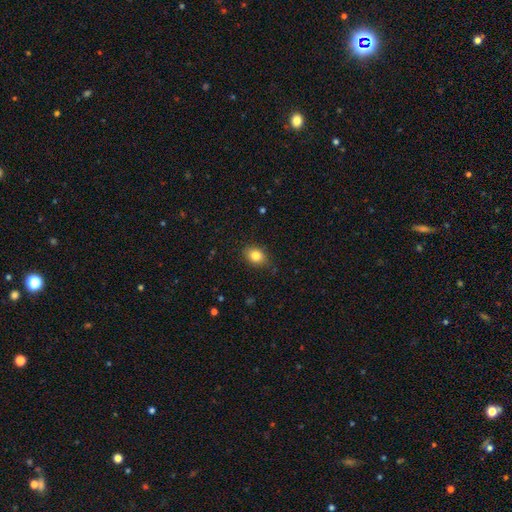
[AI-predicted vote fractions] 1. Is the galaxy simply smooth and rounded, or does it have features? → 83% smooth, 9% star or artifact, 7% featured or disk.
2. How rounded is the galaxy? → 66% in between, 33% round, 1% cigar-shaped.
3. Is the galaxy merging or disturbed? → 84% none, 12% minor disturbance, 2% major disturbance, 1% merger.